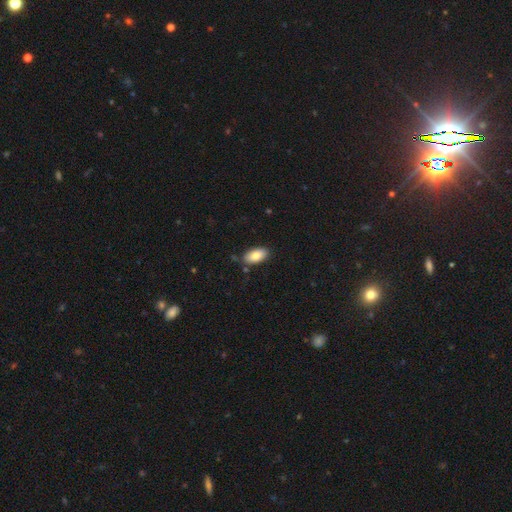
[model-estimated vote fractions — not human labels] smooth 81%, featured or disk 12%, star or artifact 7%. Down the decision tree: how rounded — in between (94%); merging — none (83%).